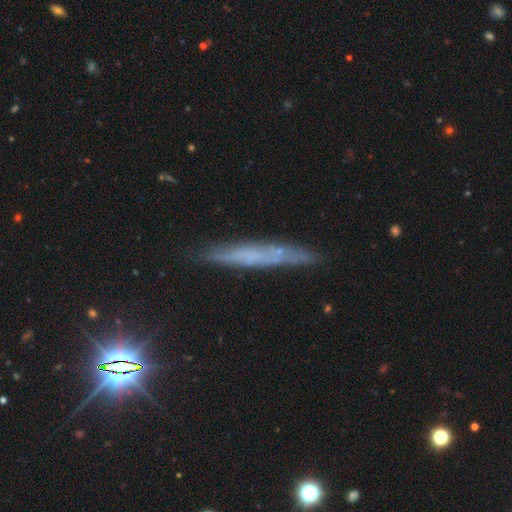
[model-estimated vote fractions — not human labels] Smooth or featured? Predicted: featured or disk (p=0.48). Merging? Predicted: none (p=0.78).